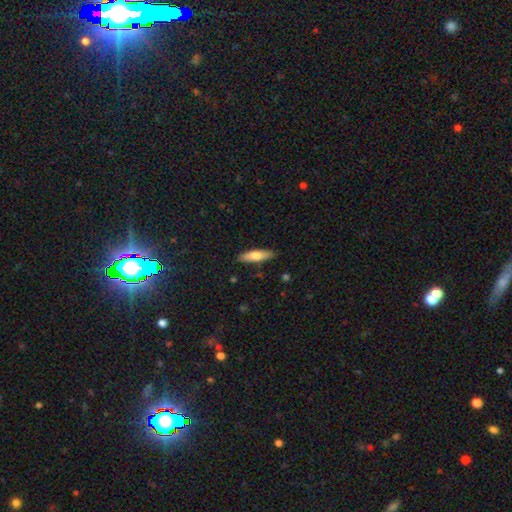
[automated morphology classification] smooth-or-featured: smooth: 68% | featured or disk: 26% | star or artifact: 6%
  how-rounded: cigar-shaped: 61% | in between: 37% | round: 2%
  merging: none: 88% | minor disturbance: 9% | major disturbance: 2% | merger: 1%